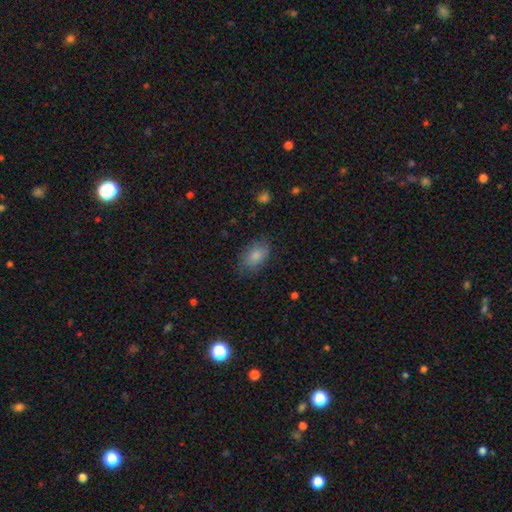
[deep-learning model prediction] Overall: smooth (84%). How rounded: in between (89%). Merging: none (76%).